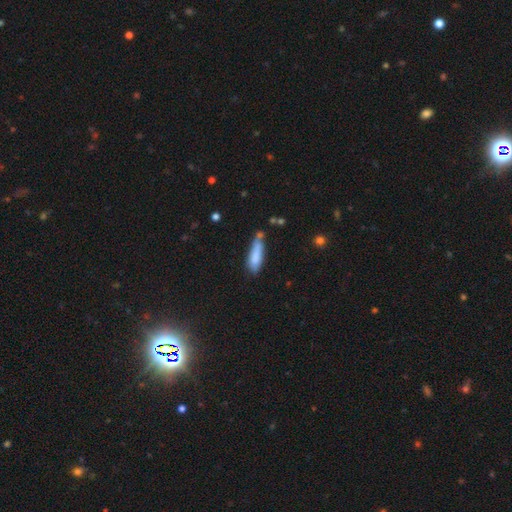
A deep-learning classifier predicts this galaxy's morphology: smooth 81%, featured or disk 12%, star or artifact 7%. Down the decision tree: how rounded — cigar-shaped (59%); merging — none (46%).